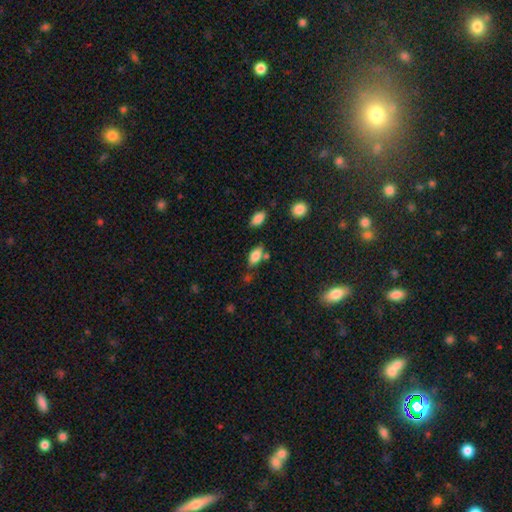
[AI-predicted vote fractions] Q: Smooth or featured?
A: smooth (81%); runner-up: featured or disk (11%)
Q: How rounded?
A: in between (87%); runner-up: cigar-shaped (10%)
Q: Merging?
A: none (63%); runner-up: minor disturbance (19%)